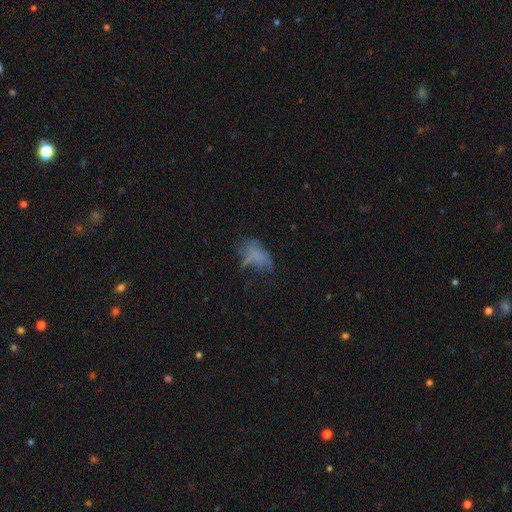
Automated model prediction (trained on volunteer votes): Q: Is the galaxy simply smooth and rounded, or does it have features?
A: smooth — 53%.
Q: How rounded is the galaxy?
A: in between — 87%.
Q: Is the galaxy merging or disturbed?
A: none — 37%.